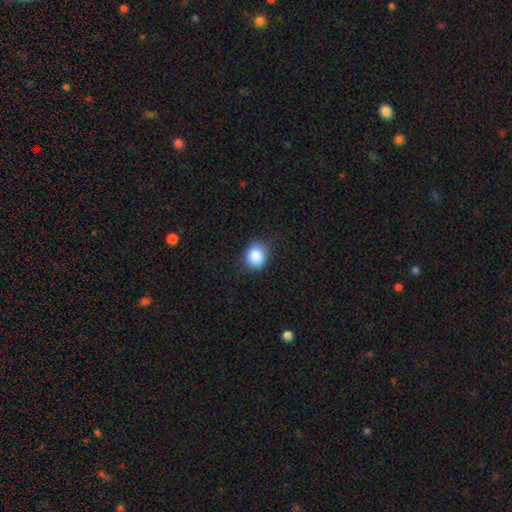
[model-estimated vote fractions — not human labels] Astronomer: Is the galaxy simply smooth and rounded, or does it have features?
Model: smooth — 88%.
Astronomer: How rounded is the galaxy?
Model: round — 57% (runner-up: in between, 42%).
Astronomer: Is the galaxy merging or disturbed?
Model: none — 78%.